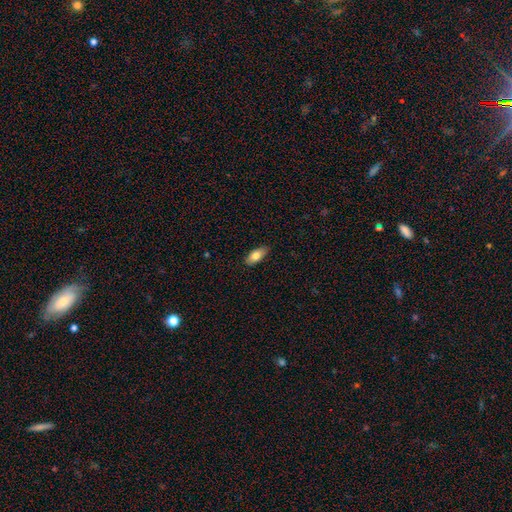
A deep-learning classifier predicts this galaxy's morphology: Smooth or featured? smooth (77%)
How rounded? in between (87%)
Merging? none (87%)